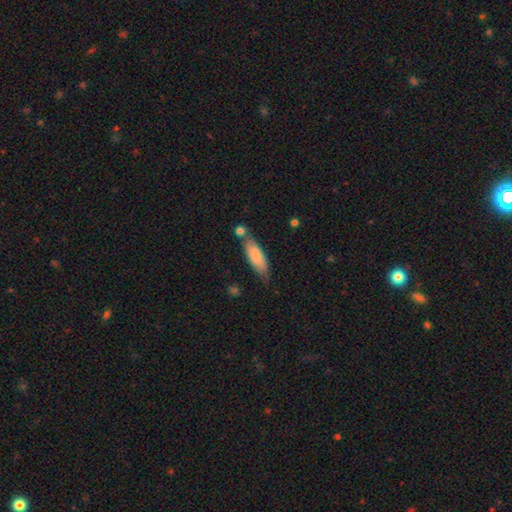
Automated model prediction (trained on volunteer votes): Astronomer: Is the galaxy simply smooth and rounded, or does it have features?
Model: smooth — 80%.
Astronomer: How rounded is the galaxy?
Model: in between — 57% (runner-up: cigar-shaped, 41%).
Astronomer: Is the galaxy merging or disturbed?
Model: none — 58%.